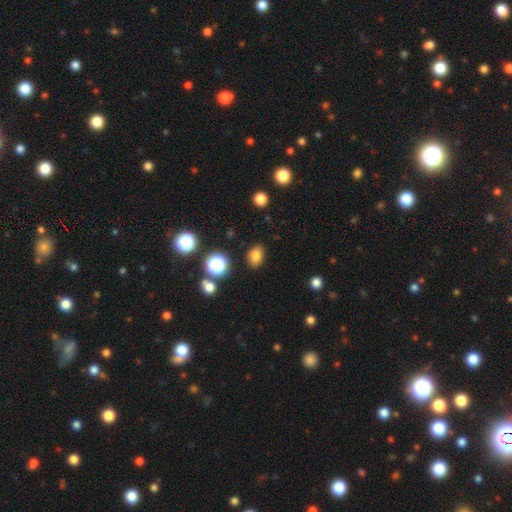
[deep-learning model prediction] Smooth or featured: smooth — 80% (star or artifact — 14%)
How rounded: in between — 73% (round — 26%)
Merging: none — 85% (minor disturbance — 10%)